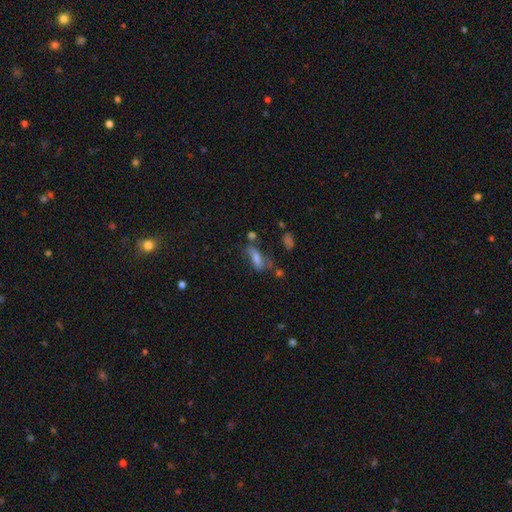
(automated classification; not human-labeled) Smooth or featured? Predicted: smooth (p=0.45). Merging? Predicted: none (p=0.46).